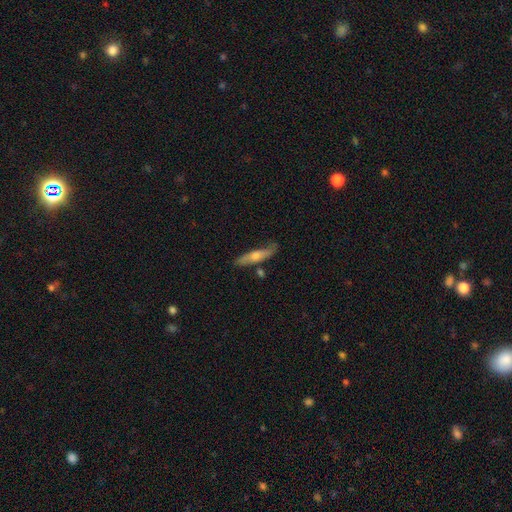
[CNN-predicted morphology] Smooth or featured: featured or disk — 57% (smooth — 35%)
Edge-on disk: yes — 69% (no — 31%)
Merging: none — 77% (minor disturbance — 16%)